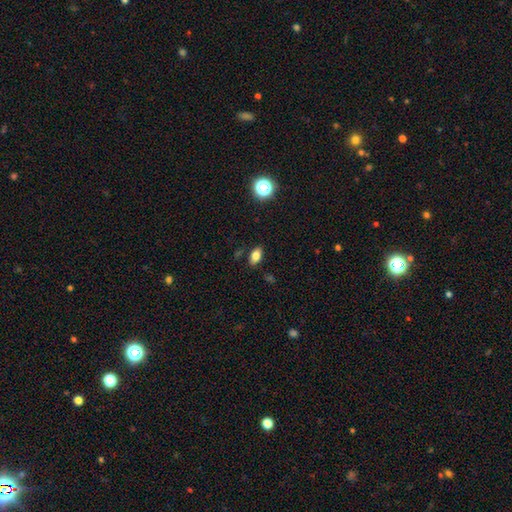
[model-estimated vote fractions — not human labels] The model was most divided on "smooth or featured": smooth: 80%, star or artifact: 11%, featured or disk: 9%. More confident: how rounded — in between (88%); merging — none (86%).